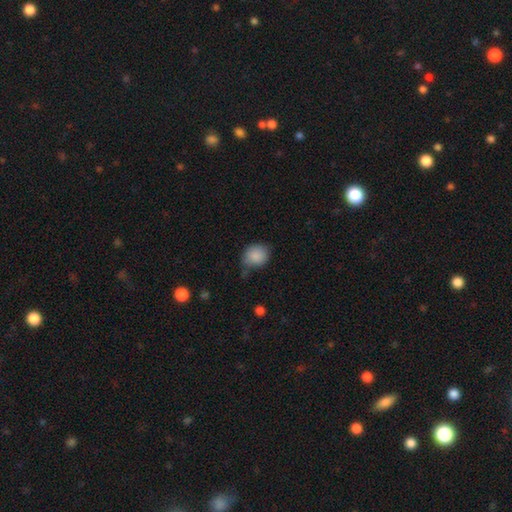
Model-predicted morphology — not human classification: type=smooth (88%); roundness=round (65%); merging=none (62%).